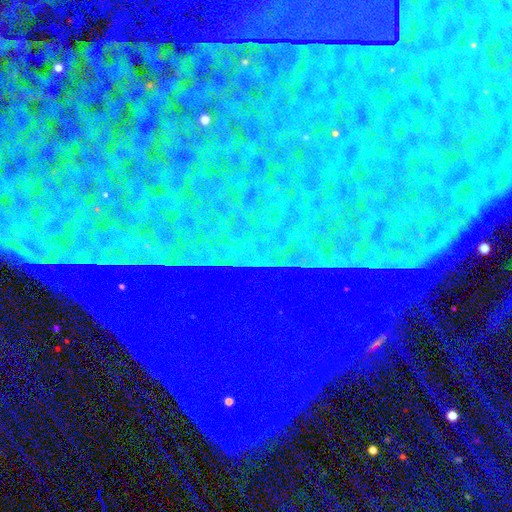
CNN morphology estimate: Smooth or featured? star or artifact (86%)